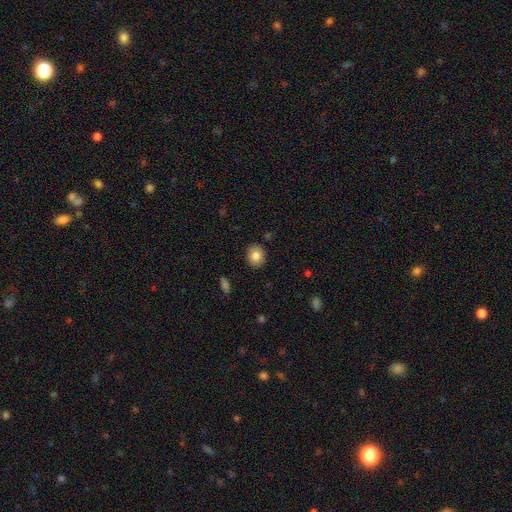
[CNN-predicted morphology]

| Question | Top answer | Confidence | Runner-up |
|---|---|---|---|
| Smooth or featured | smooth | 84% | star or artifact (9%) |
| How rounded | round | 69% | in between (30%) |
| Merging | none | 89% | minor disturbance (8%) |